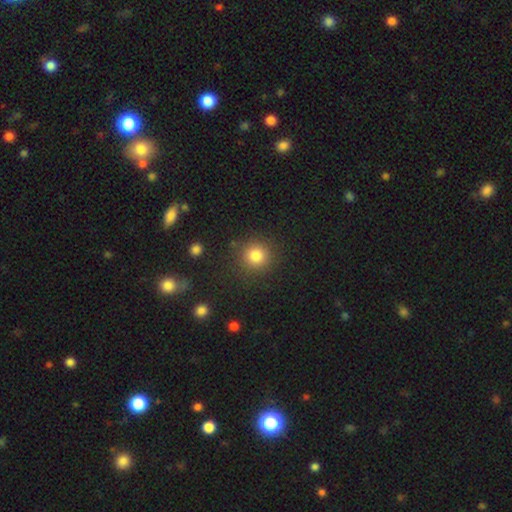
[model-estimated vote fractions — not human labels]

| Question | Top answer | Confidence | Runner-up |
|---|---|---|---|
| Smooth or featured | smooth | 83% | star or artifact (12%) |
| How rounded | round | 91% | in between (8%) |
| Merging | none | 86% | minor disturbance (8%) |